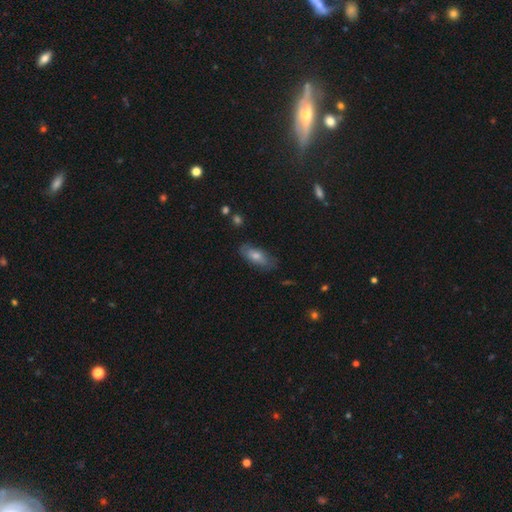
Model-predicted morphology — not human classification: A smooth galaxy with no disk features (53%) that is in between round and cigar-shaped (76%).

Vote fractions:
- Smooth or featured? smooth: 53% / featured or disk: 35% / star or artifact: 12%
- How rounded? in between: 76% / cigar-shaped: 20% / round: 4%
- Merging? none: 77% / minor disturbance: 17% / major disturbance: 4% / merger: 1%